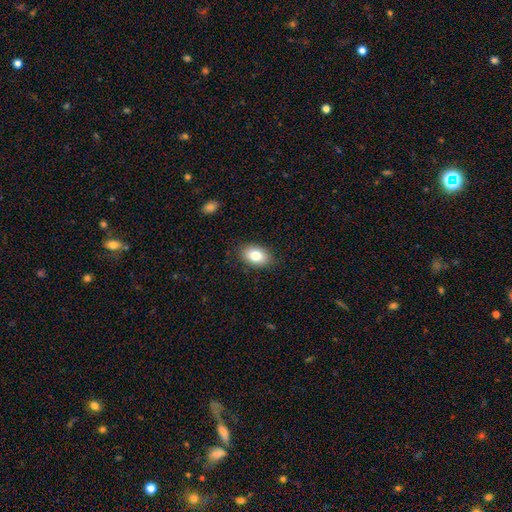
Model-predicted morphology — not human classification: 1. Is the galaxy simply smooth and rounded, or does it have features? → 82% smooth, 11% featured or disk, 8% star or artifact.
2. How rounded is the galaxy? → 89% in between, 10% round, 1% cigar-shaped.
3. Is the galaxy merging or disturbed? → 86% none, 10% minor disturbance, 3% major disturbance, 1% merger.